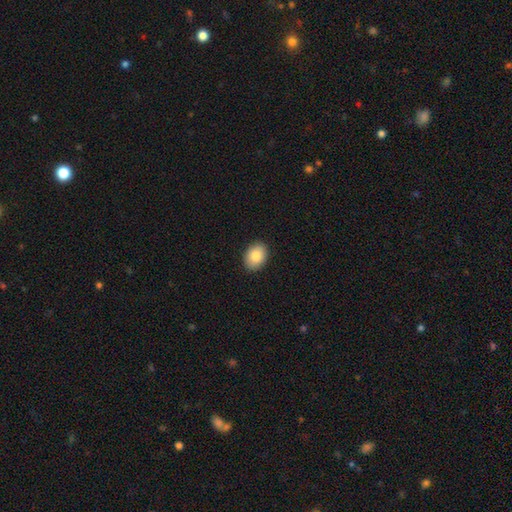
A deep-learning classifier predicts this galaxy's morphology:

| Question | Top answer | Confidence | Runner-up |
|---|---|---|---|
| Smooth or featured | smooth | 86% | star or artifact (7%) |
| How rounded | in between | 75% | round (24%) |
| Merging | none | 90% | minor disturbance (7%) |